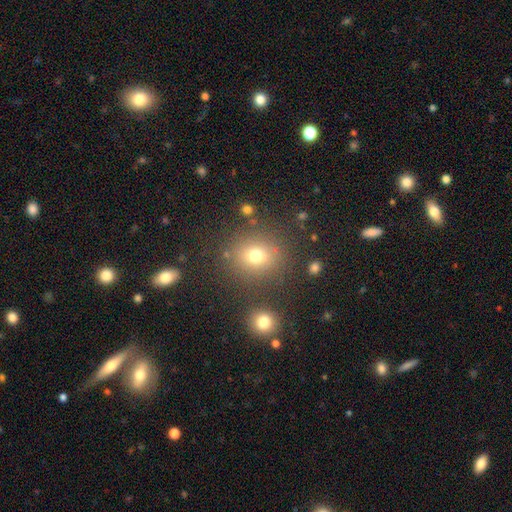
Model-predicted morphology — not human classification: Q: Smooth or featured?
A: smooth (73%); runner-up: star or artifact (17%)
Q: How rounded?
A: round (74%); runner-up: in between (24%)
Q: Merging?
A: none (79%); runner-up: minor disturbance (10%)